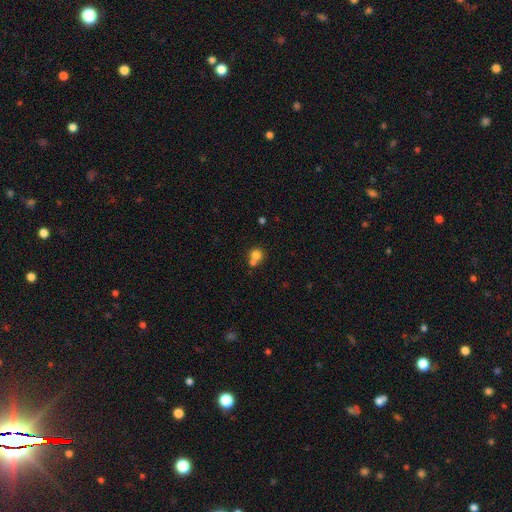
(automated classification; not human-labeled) Smooth or featured? smooth (78%)
How rounded? round (87%)
Merging? none (48%)